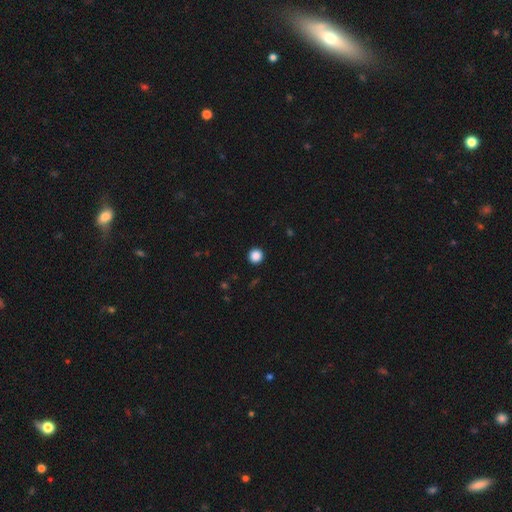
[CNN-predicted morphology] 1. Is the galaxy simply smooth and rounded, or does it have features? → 87% smooth, 10% star or artifact, 2% featured or disk.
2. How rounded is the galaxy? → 96% round, 3% in between, 1% cigar-shaped.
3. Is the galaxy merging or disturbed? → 94% none, 4% minor disturbance, 1% major disturbance, 1% merger.